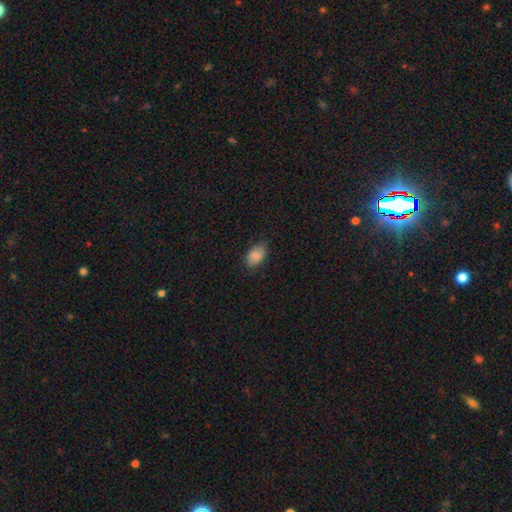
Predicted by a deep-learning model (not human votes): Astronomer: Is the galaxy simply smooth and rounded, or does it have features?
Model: smooth — 86%.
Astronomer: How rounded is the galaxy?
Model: in between — 90%.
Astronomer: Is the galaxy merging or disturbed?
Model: none — 77%.